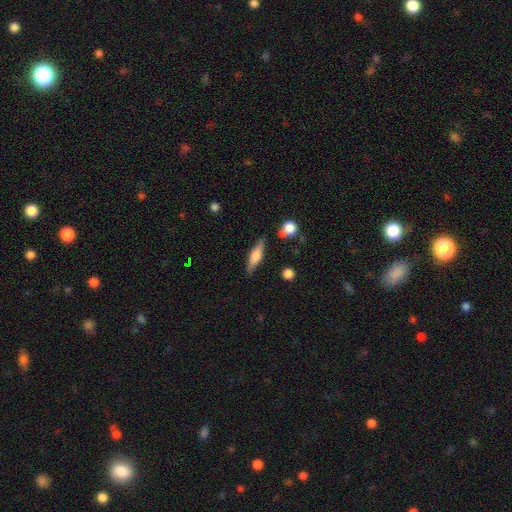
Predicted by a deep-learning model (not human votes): Overall: smooth (51%; featured or disk 42%). How rounded: cigar-shaped (60%; in between 37%). Merging: none (80%).